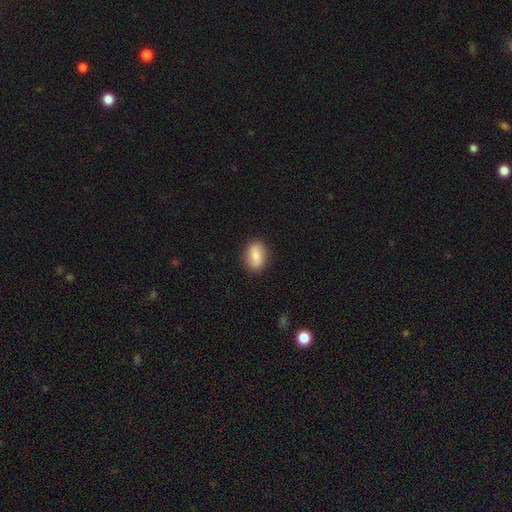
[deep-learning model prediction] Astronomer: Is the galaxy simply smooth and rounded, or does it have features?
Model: smooth — 78%.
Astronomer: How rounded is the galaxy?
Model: in between — 80%.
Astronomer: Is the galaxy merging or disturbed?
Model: none — 87%.